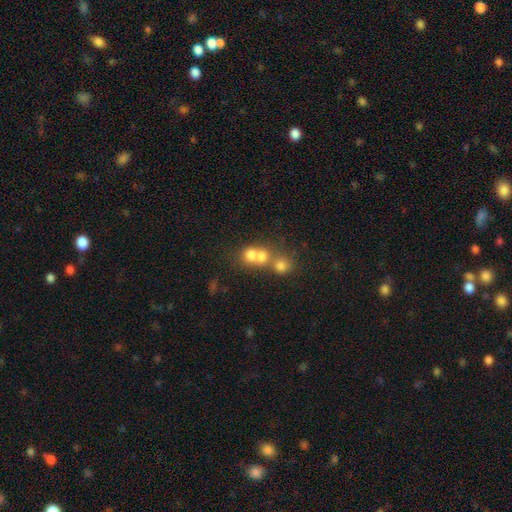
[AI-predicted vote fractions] Smooth or featured: smooth — 70% (featured or disk — 17%)
How rounded: round — 79% (in between — 20%)
Merging: merger — 62% (none — 29%)